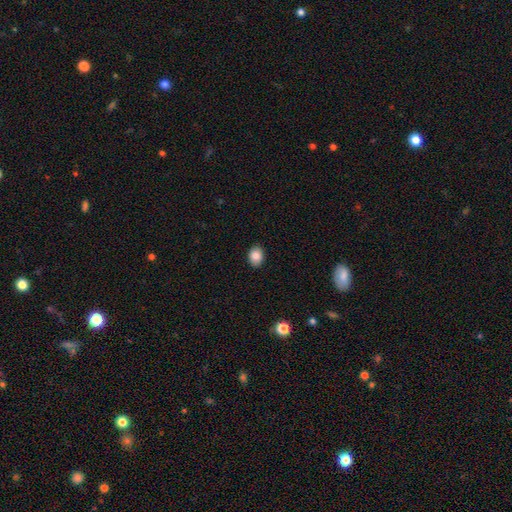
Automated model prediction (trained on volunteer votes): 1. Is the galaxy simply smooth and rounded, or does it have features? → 84% smooth, 8% star or artifact, 8% featured or disk.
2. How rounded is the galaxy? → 67% in between, 32% round, 1% cigar-shaped.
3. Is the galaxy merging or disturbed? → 89% none, 8% minor disturbance, 2% major disturbance, 1% merger.